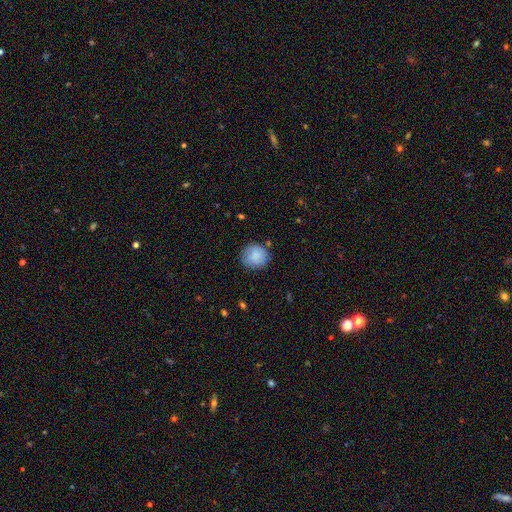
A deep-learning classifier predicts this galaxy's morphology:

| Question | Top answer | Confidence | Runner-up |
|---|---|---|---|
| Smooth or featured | smooth | 85% | featured or disk (8%) |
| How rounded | round | 89% | in between (10%) |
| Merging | none | 80% | minor disturbance (14%) |